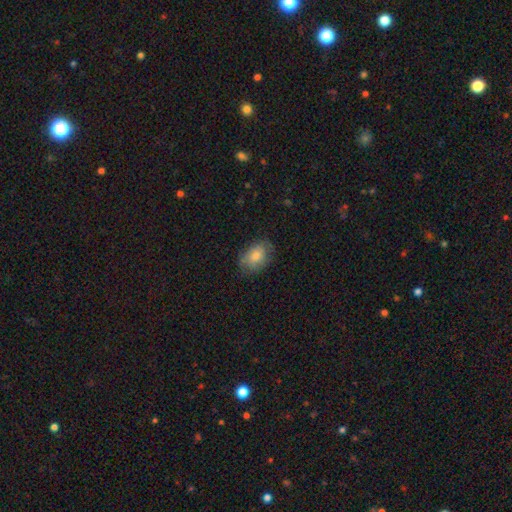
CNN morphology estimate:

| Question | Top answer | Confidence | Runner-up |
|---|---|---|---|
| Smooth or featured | smooth | 76% | featured or disk (16%) |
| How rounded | in between | 81% | round (17%) |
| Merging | none | 73% | minor disturbance (21%) |